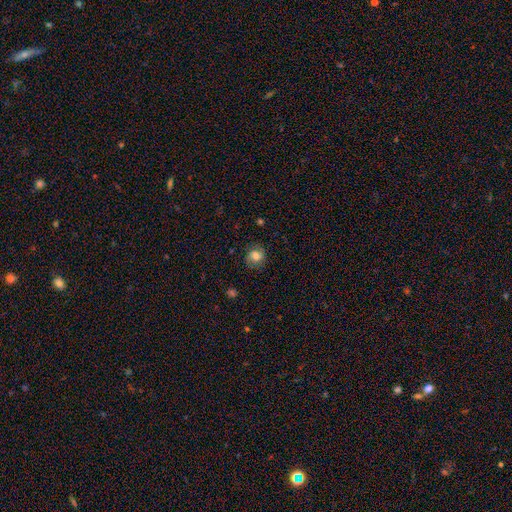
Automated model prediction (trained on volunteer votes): The model was most divided on "smooth or featured": smooth: 69%, featured or disk: 20%, star or artifact: 10%. More confident: merging — none (79%); how rounded — round (79%).